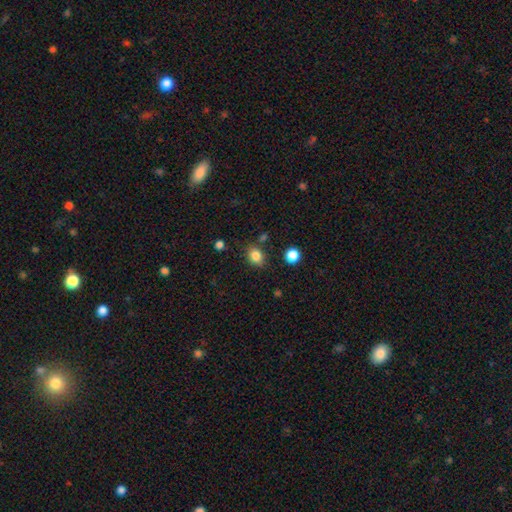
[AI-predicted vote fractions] Morphology: type=smooth (83%); roundness=in between (51%); merging=none (79%).